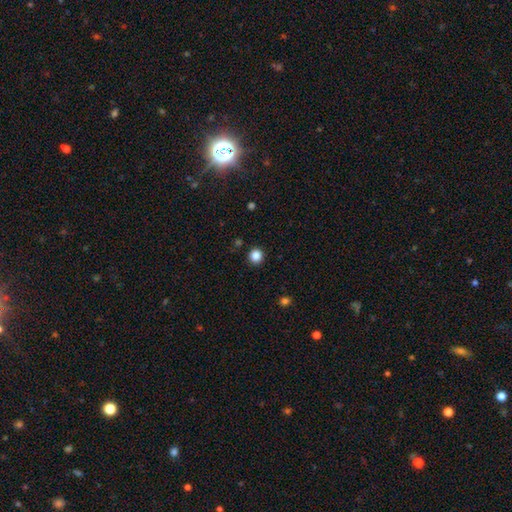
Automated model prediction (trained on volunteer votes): Morphology: type=smooth (85%); roundness=round (94%); merging=none (92%).